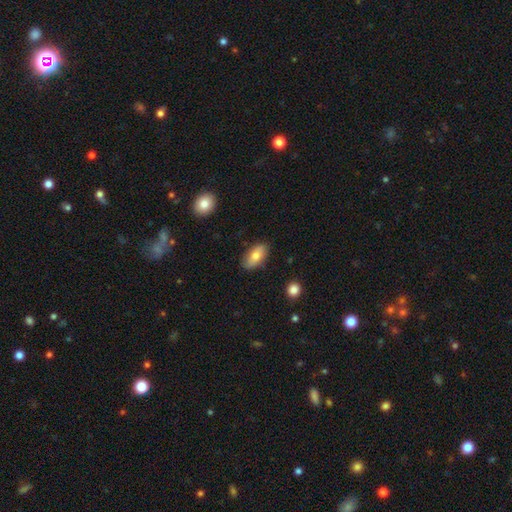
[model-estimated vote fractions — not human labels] smooth 74%, featured or disk 19%, star or artifact 7%. Down the decision tree: how rounded — in between (91%); merging — none (84%).